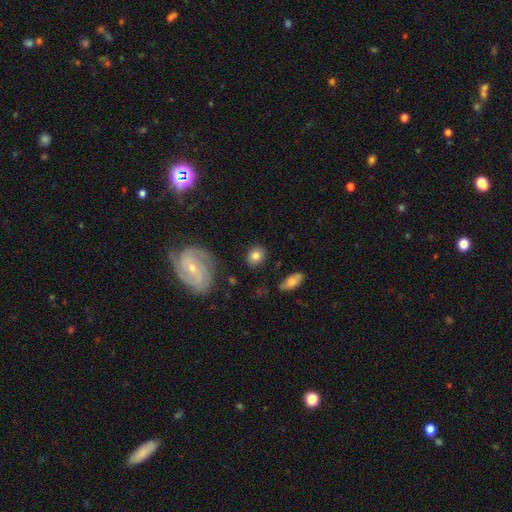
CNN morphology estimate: A smooth galaxy with no disk features (75%) that is round (63%).

Vote fractions:
- Smooth or featured? smooth: 75% / featured or disk: 17% / star or artifact: 8%
- How rounded? round: 63% / in between: 35% / cigar-shaped: 2%
- Merging? none: 83% / minor disturbance: 11% / major disturbance: 4% / merger: 2%